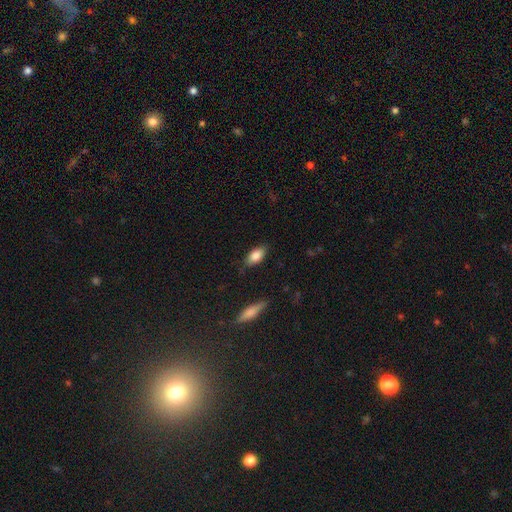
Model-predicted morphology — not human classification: smooth-or-featured: smooth: 83% | featured or disk: 10% | star or artifact: 7%
  how-rounded: in between: 87% | cigar-shaped: 9% | round: 4%
  merging: none: 83% | minor disturbance: 13% | major disturbance: 3% | merger: 1%